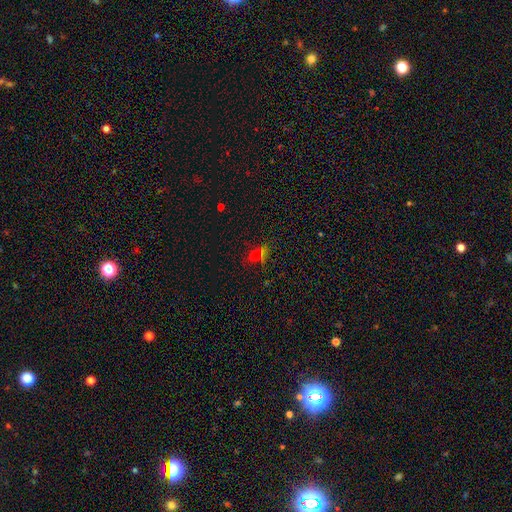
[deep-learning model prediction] smooth 44%, star or artifact 42%, featured or disk 14%. Down the decision tree: merging — none (69%).